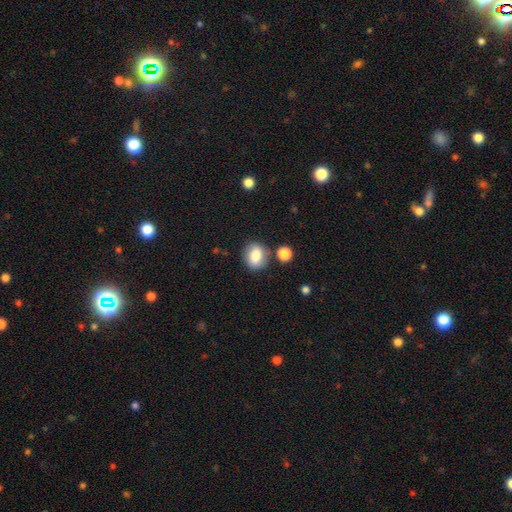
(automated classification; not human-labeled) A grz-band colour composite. It shows a smooth galaxy with no disk features (81%) that is round (53%). Merging: none (74%).